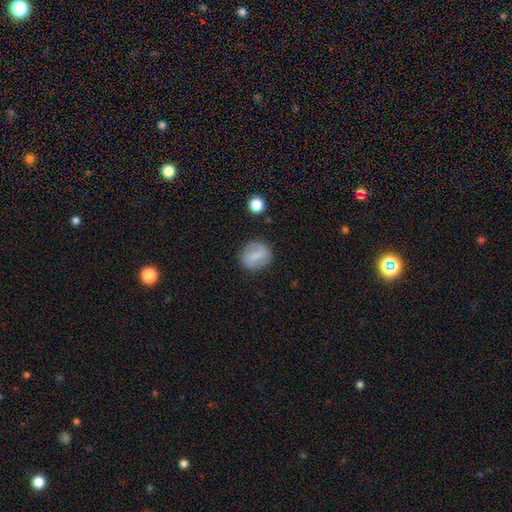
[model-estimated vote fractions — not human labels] Smooth or featured? Predicted: smooth (p=0.59). How rounded? Predicted: round (p=0.67). Merging? Predicted: none (p=0.82).